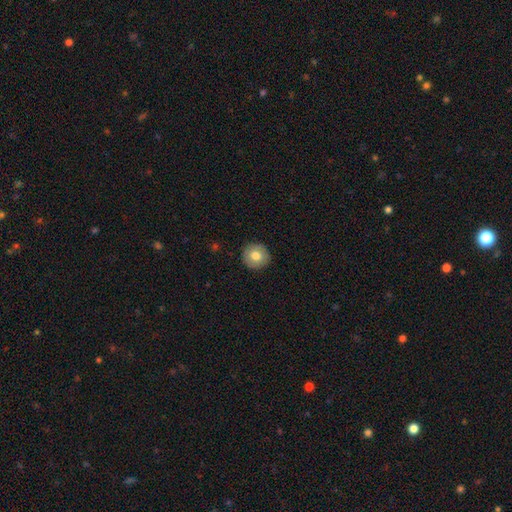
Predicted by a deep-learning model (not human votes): Smooth or featured: smooth — 76% (featured or disk — 16%)
How rounded: round — 93% (in between — 6%)
Merging: none — 91% (minor disturbance — 6%)